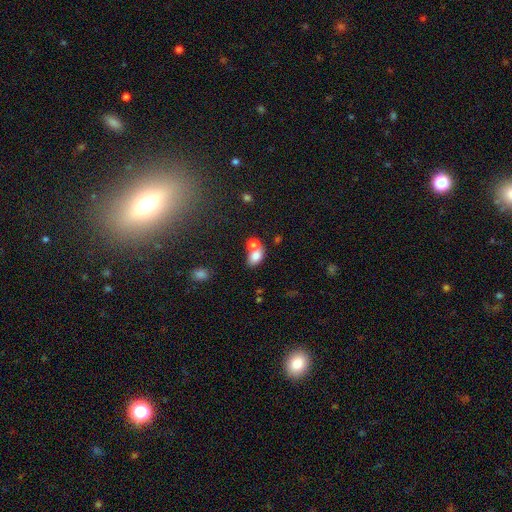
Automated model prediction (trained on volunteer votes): This is likely a smooth galaxy (78%). How rounded: clearly in between (82%). Merging: possibly merger (49%).